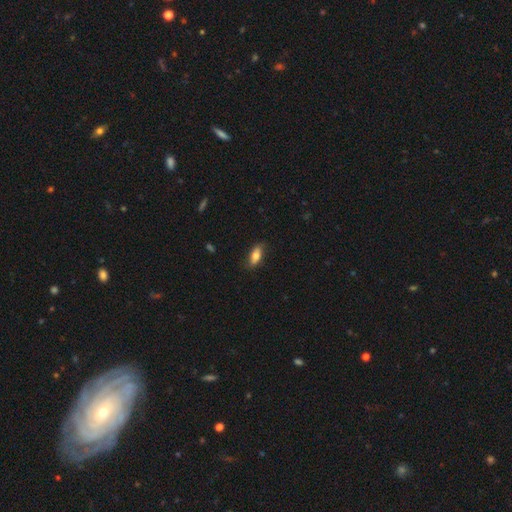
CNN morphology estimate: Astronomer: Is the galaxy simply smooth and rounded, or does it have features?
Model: smooth — 76%.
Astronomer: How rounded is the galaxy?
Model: in between — 81%.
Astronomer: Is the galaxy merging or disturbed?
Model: none — 78%.